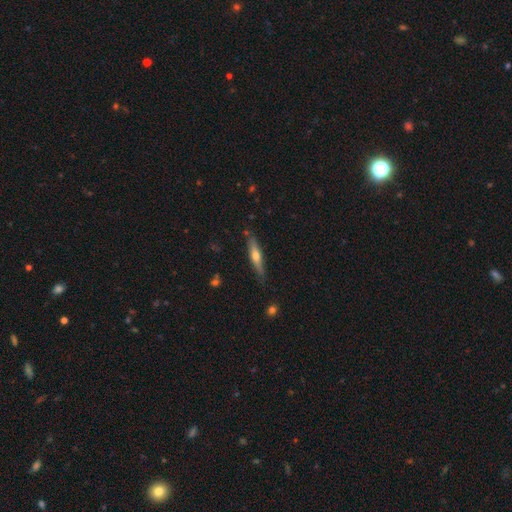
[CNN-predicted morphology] A featured or disk galaxy (49%). Merging: none (83%).